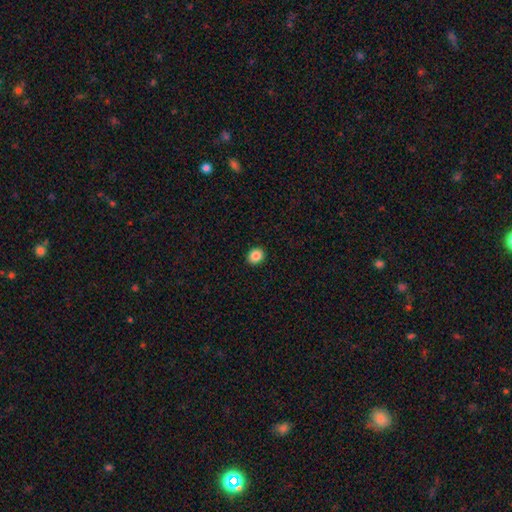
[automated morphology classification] type=smooth (87%); roundness=round (65%); merging=none (92%).